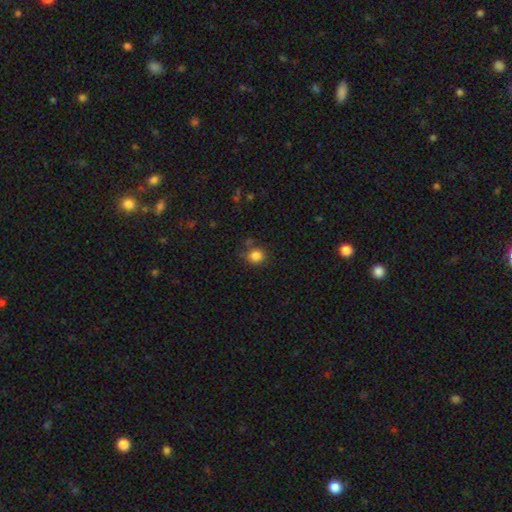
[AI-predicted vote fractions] The model was most divided on "merging": none: 74%, minor disturbance: 15%, merger: 6%, major disturbance: 5%. More confident: how rounded — round (84%); smooth or featured — smooth (84%).